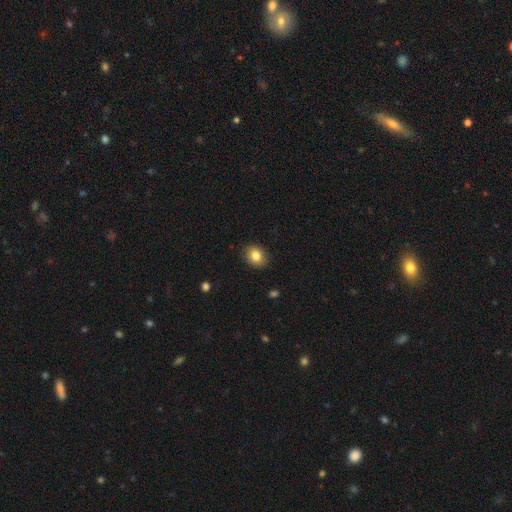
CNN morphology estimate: This appears to be a smooth galaxy with no disk features (83%) that is round (51%). Merging: none (89%).